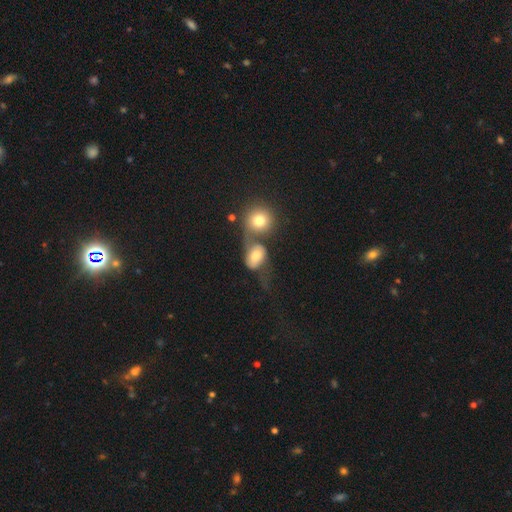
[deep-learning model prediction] Smooth or featured? Predicted: smooth (p=0.57). How rounded? Predicted: in between (p=0.56). Merging? Predicted: merger (p=0.55).